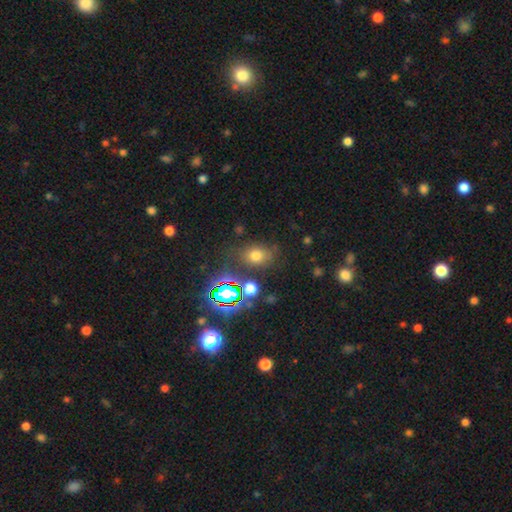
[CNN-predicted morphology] Smooth or featured?
  - smooth: 65% *
  - star or artifact: 25%
  - featured or disk: 10%
How rounded?
  - in between: 59% *
  - round: 40%
  - cigar-shaped: 2%
Merging?
  - none: 73% *
  - minor disturbance: 15%
  - merger: 6%
  - major disturbance: 6%